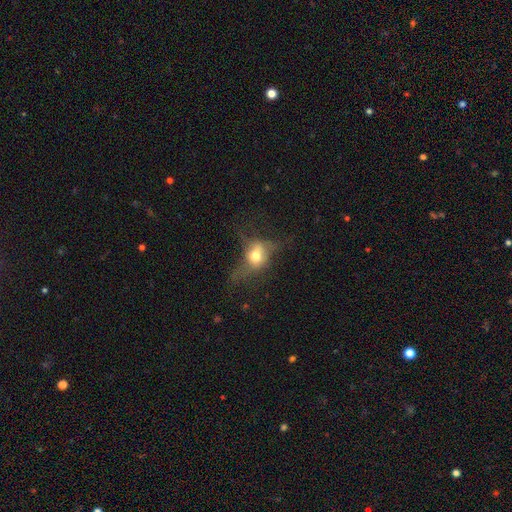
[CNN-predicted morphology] This appears to be a smooth galaxy with no disk features (48%). Merging: major disturbance (40%).